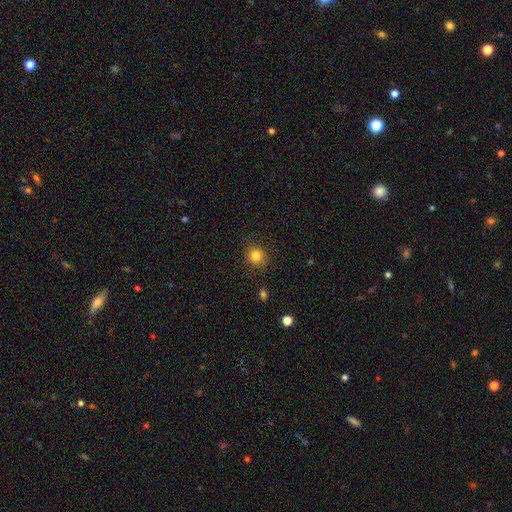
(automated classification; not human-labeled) Q: Smooth or featured?
A: smooth (83%); runner-up: star or artifact (12%)
Q: How rounded?
A: round (88%); runner-up: in between (11%)
Q: Merging?
A: none (87%); runner-up: minor disturbance (9%)